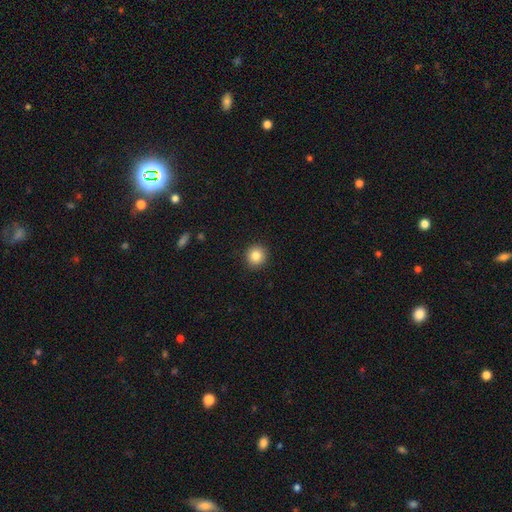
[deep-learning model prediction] Smooth or featured? Predicted: smooth (p=0.84). How rounded? Predicted: round (p=0.93). Merging? Predicted: none (p=0.92).